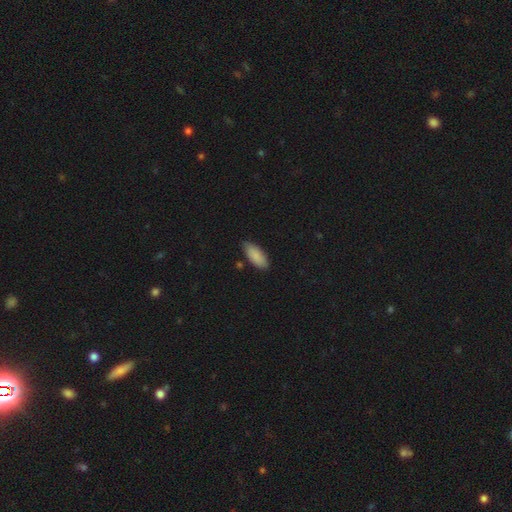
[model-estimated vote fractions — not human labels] Smooth or featured: smooth — 88% (featured or disk — 6%)
How rounded: in between — 83% (cigar-shaped — 16%)
Merging: none — 75% (minor disturbance — 20%)